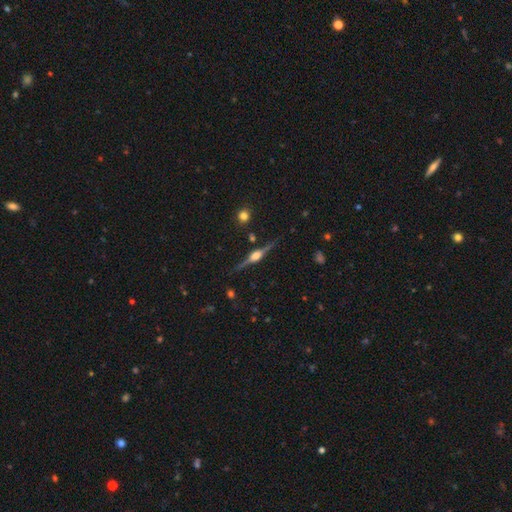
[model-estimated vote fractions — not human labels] Smooth or featured? Predicted: featured or disk (p=0.86). Edge-on disk? Predicted: yes (p=0.98). Edge-on bulge? Predicted: rounded (p=0.90). Merging? Predicted: none (p=0.87).